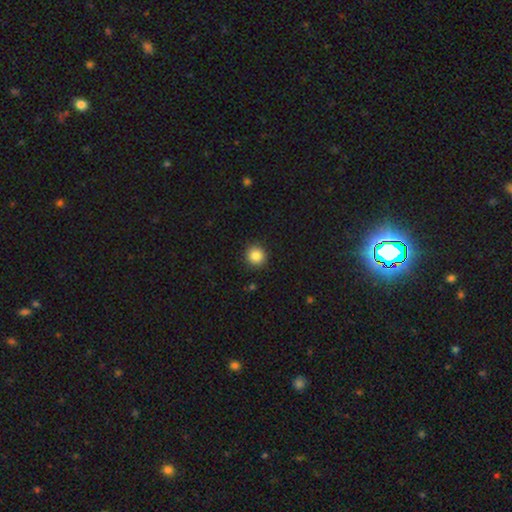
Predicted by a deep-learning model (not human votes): This is clearly a smooth galaxy (86%). How rounded: clearly round (91%). Merging: clearly none (92%).